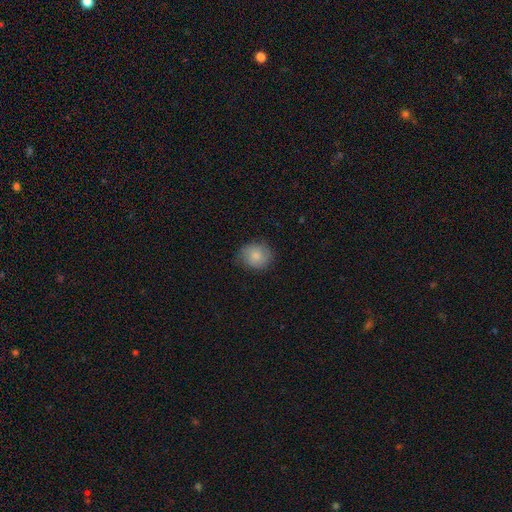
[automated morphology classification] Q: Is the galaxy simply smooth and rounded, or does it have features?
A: smooth — 78%.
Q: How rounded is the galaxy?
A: round — 77%.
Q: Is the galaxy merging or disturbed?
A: none — 75%.